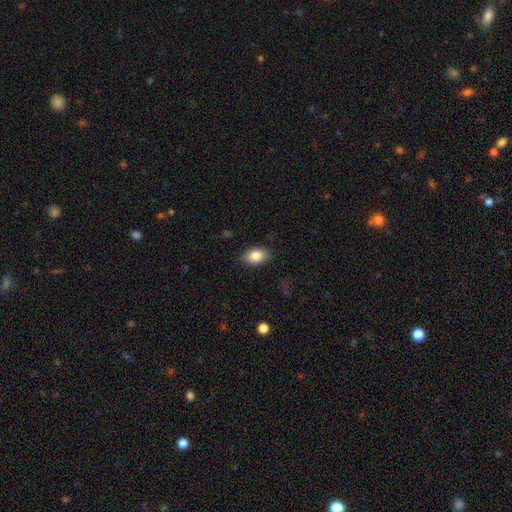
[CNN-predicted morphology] smooth-or-featured: smooth: 85% | featured or disk: 8% | star or artifact: 7%
  how-rounded: in between: 90% | round: 9% | cigar-shaped: 2%
  merging: none: 86% | minor disturbance: 11% | major disturbance: 3% | merger: 1%